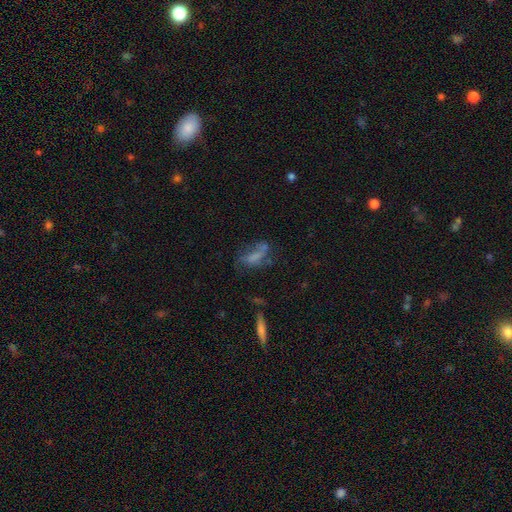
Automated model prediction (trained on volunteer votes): Morphology: type=smooth (52%); roundness=in between (66%); merging=none (34%).